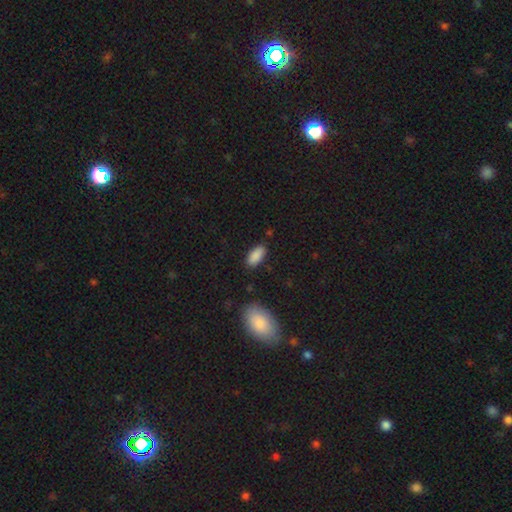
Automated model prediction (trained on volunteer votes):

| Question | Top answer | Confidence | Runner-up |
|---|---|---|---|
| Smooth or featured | smooth | 88% | star or artifact (7%) |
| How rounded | in between | 88% | cigar-shaped (10%) |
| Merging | none | 83% | minor disturbance (12%) |